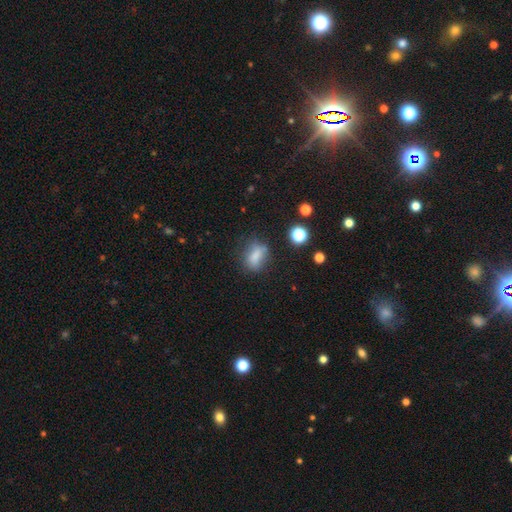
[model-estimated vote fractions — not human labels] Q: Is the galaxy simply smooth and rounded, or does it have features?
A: smooth — 73%.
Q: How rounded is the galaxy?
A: in between — 70%.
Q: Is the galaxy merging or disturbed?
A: none — 59%.